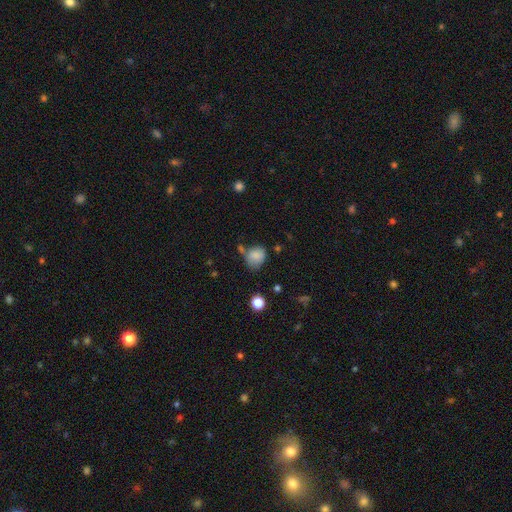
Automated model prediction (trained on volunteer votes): Morphology: type=smooth (83%); roundness=round (61%); merging=none (52%).